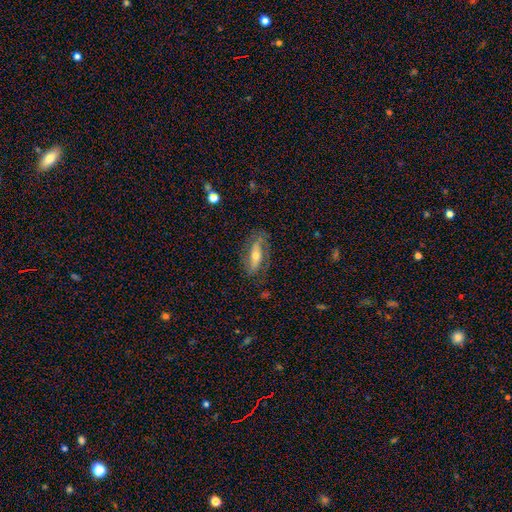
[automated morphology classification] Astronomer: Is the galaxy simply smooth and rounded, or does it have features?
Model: featured or disk — 64%.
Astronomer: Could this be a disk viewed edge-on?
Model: no — 77%.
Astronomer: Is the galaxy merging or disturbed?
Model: none — 72%.